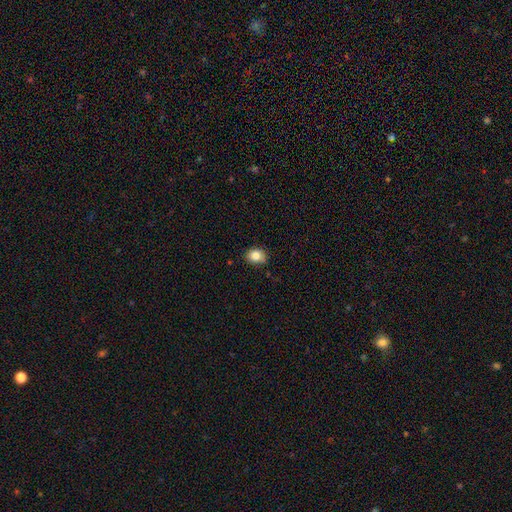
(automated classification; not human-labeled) smooth 83%, star or artifact 10%, featured or disk 7%. Down the decision tree: how rounded — round (59%); merging — none (83%).